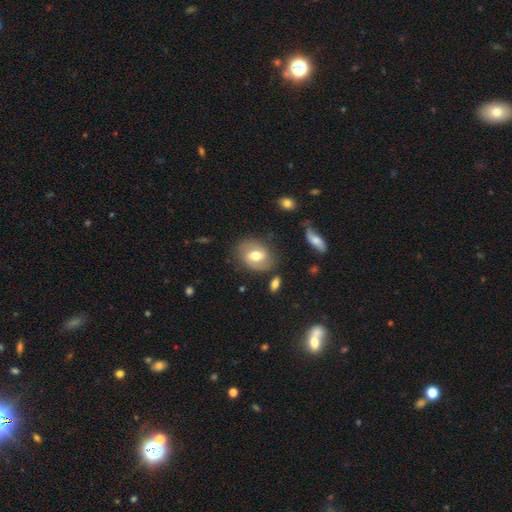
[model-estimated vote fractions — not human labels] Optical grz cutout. It shows a smooth galaxy with no disk features (54%) that is in between round and cigar-shaped (65%). Merging: none (74%).